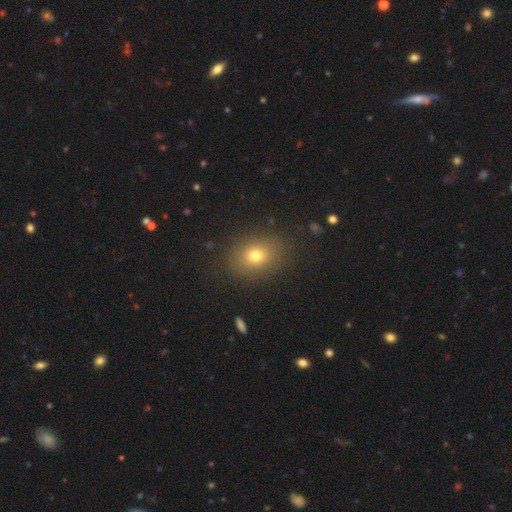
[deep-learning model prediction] This appears to be a smooth galaxy with no disk features (73%) that is in between round and cigar-shaped (59%). Merging: none (87%).